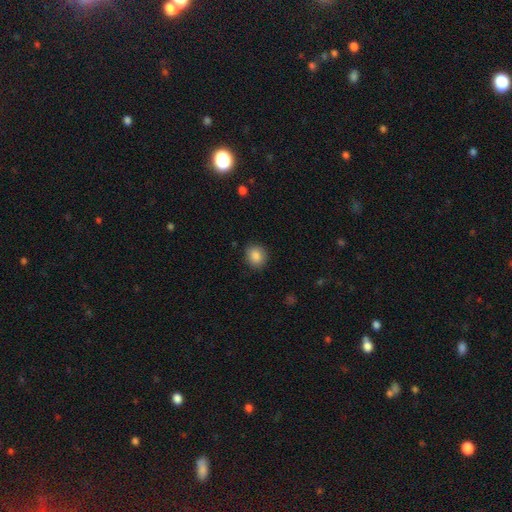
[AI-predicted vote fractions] smooth-or-featured: smooth: 87% | star or artifact: 8% | featured or disk: 5%
  how-rounded: round: 70% | in between: 29% | cigar-shaped: 1%
  merging: none: 87% | minor disturbance: 10% | major disturbance: 2% | merger: 1%